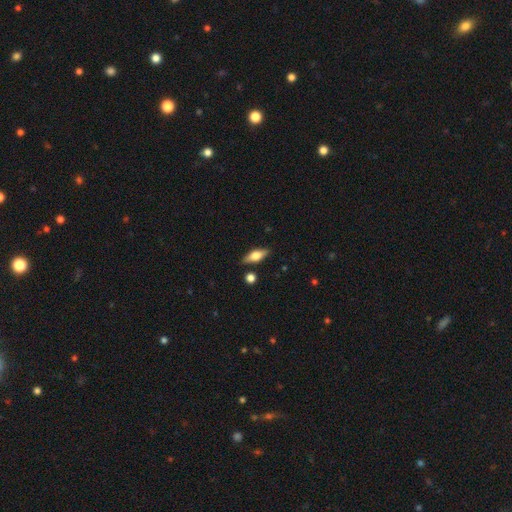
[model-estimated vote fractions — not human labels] This appears to be a smooth galaxy with no disk features (51%) that is in between round and cigar-shaped (69%). Merging: none (84%).